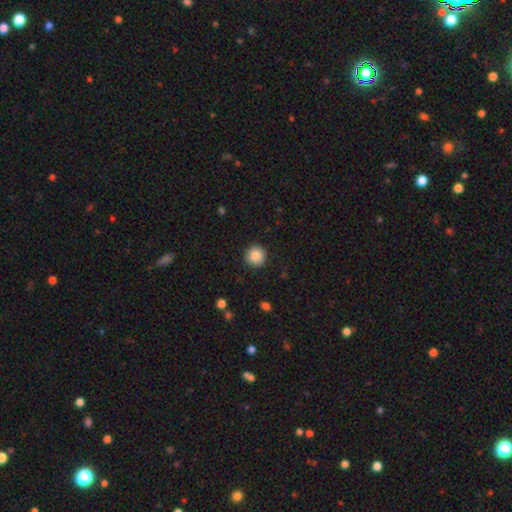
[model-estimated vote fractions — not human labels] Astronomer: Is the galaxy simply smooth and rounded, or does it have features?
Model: smooth — 86%.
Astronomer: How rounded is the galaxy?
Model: round — 95%.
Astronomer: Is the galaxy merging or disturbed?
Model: none — 92%.